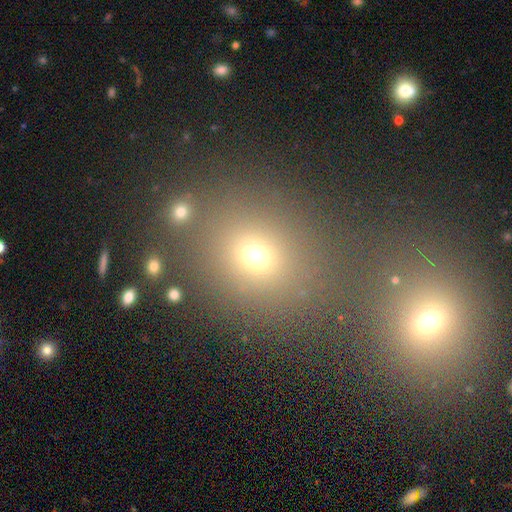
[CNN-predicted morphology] Smooth or featured?
  - smooth: 64% *
  - star or artifact: 25%
  - featured or disk: 11%
How rounded?
  - round: 64% *
  - in between: 35%
  - cigar-shaped: 1%
Merging?
  - none: 62% *
  - merger: 25%
  - minor disturbance: 9%
  - major disturbance: 4%